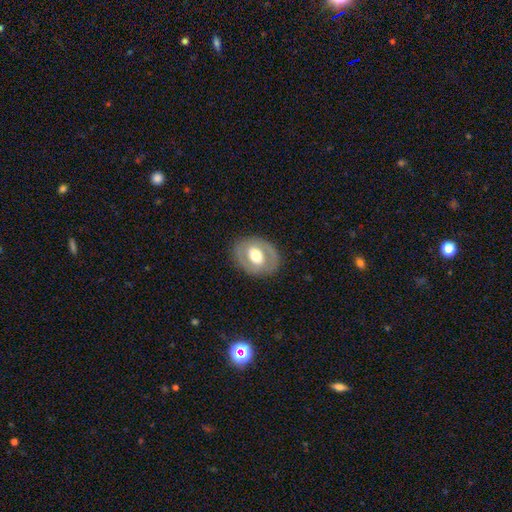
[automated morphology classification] Smooth or featured? featured or disk (52%)
Edge-on disk? no (93%)
Merging? none (83%)